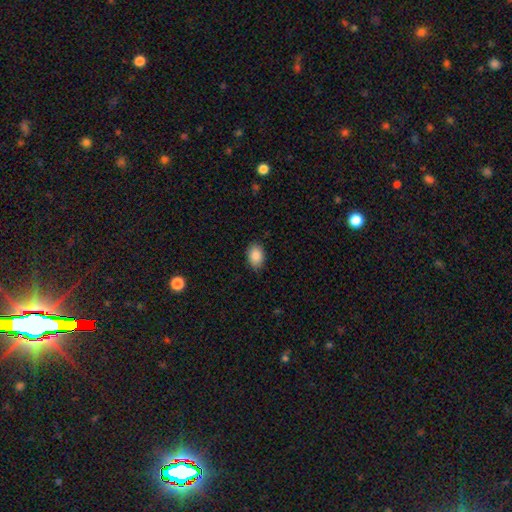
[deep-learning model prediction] The model was most divided on "how rounded": in between: 83%, round: 16%, cigar-shaped: 1%. More confident: smooth or featured — smooth (88%); merging — none (84%).